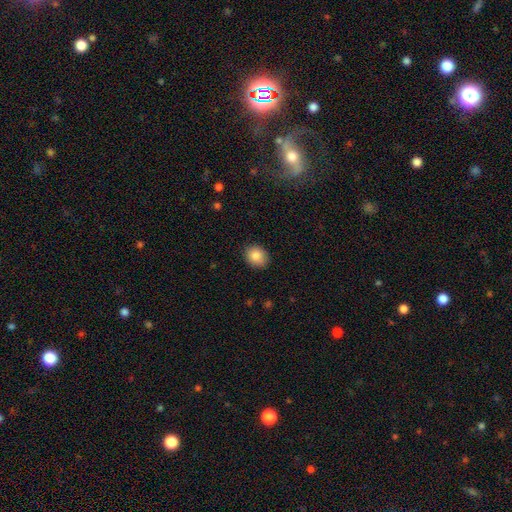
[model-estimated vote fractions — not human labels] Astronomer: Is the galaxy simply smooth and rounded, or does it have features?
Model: smooth — 85%.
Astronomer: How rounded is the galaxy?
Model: round — 56% (runner-up: in between, 44%).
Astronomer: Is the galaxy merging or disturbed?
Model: none — 87%.